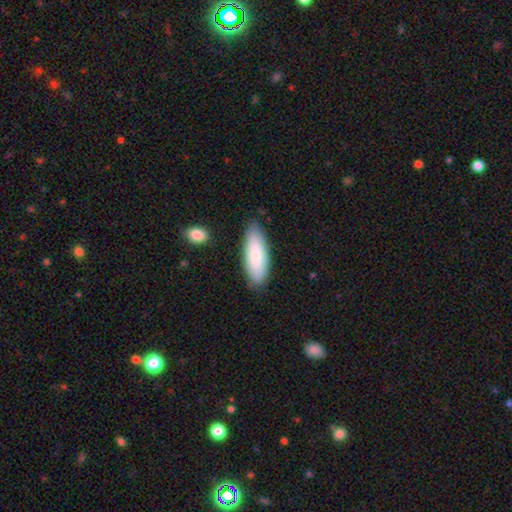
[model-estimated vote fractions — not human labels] Smooth or featured? smooth (82%)
How rounded? in between (65%)
Merging? none (83%)